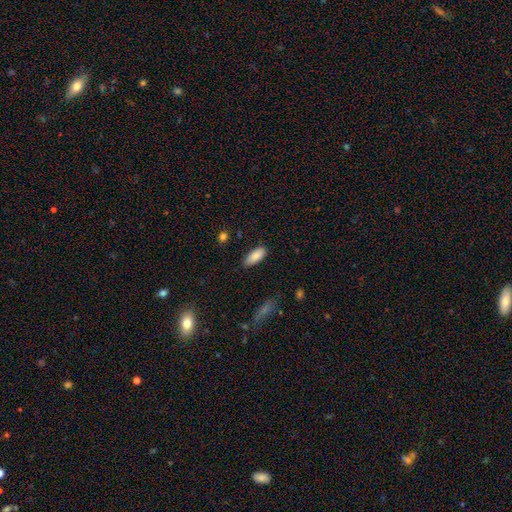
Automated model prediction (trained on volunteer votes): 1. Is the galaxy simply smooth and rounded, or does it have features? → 86% smooth, 8% featured or disk, 6% star or artifact.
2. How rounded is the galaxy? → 84% in between, 15% cigar-shaped, 2% round.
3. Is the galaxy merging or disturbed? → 81% none, 14% minor disturbance, 3% major disturbance, 2% merger.